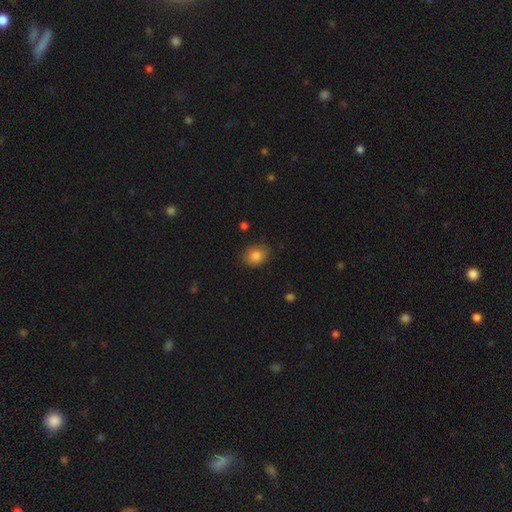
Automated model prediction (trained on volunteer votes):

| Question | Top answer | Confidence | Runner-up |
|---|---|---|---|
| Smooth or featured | smooth | 86% | star or artifact (9%) |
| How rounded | round | 50% | in between (49%) |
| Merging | none | 80% | minor disturbance (15%) |